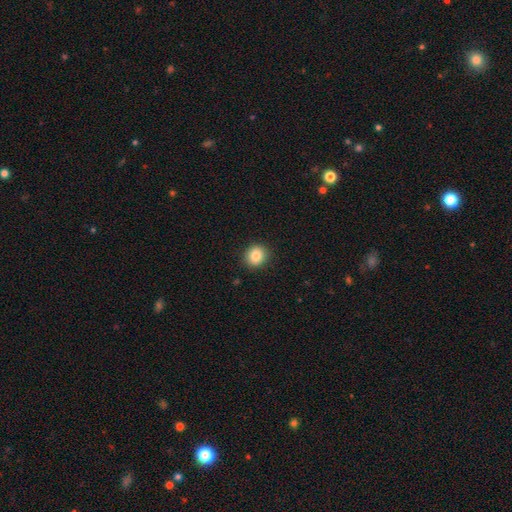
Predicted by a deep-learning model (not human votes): Smooth or featured?
  - smooth: 84% *
  - star or artifact: 10%
  - featured or disk: 6%
How rounded?
  - round: 84% *
  - in between: 15%
  - cigar-shaped: 1%
Merging?
  - none: 91% *
  - minor disturbance: 6%
  - major disturbance: 2%
  - merger: 1%